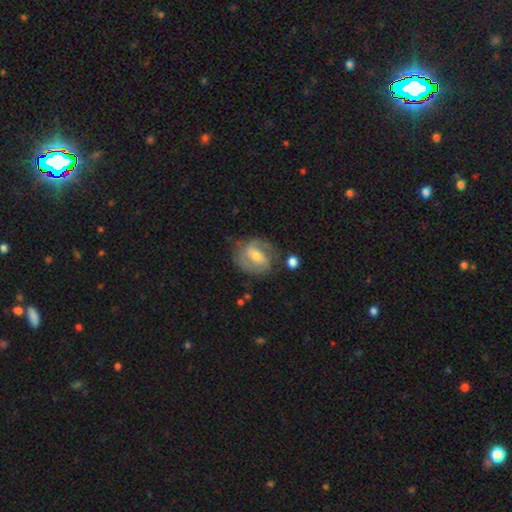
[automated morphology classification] featured or disk 72%, smooth 22%, star or artifact 6%. Down the decision tree: edge-on disk — no (97%); bar — weak (47%); spiral arms — yes (85%); spiral arm count — 2 (72%); spiral winding — medium (45%); bulge size — moderate (52%); merging — none (65%).